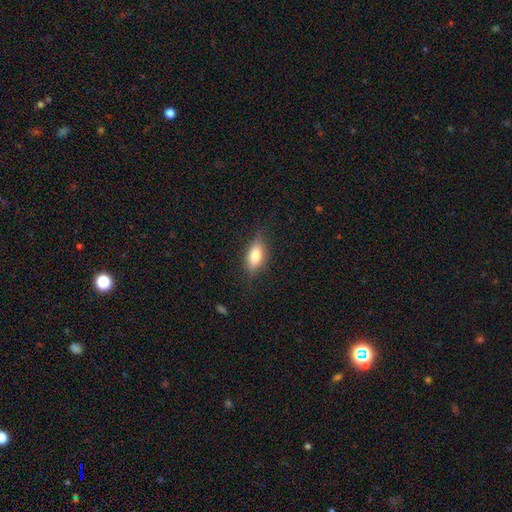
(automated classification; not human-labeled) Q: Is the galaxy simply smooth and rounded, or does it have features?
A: smooth — 72%.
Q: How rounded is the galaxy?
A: in between — 81%.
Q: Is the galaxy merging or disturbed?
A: none — 75%.